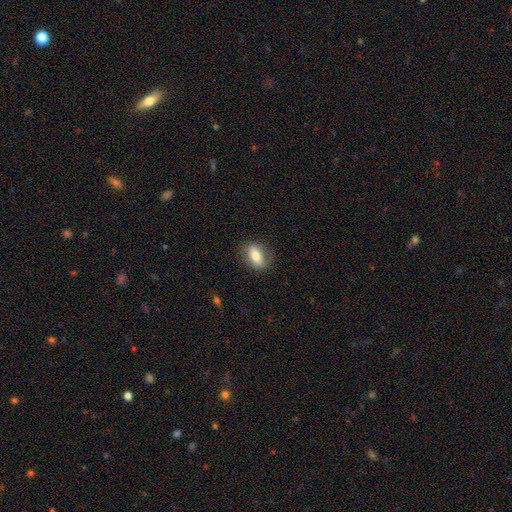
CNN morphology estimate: A smooth galaxy with no disk features (68%) that is in between round and cigar-shaped (81%). Merging: none (79%).